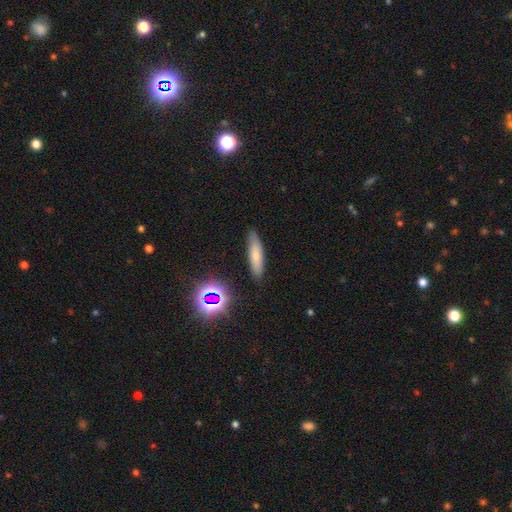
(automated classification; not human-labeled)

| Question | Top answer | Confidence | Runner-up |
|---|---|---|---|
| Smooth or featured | smooth | 67% | featured or disk (21%) |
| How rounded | cigar-shaped | 74% | in between (23%) |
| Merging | none | 84% | minor disturbance (12%) |